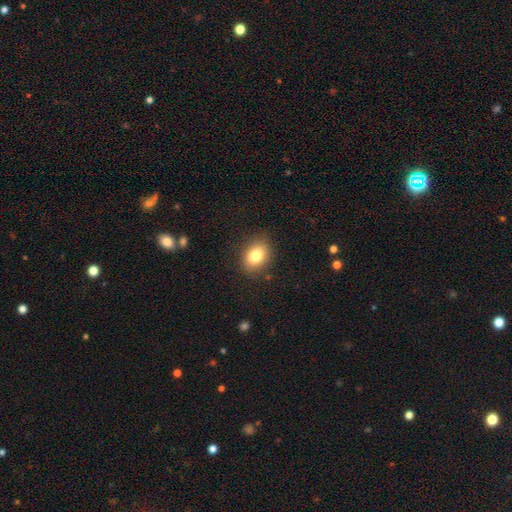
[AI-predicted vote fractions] A smooth galaxy with no disk features (80%) that is in between round and cigar-shaped (67%). Merging: none (86%).